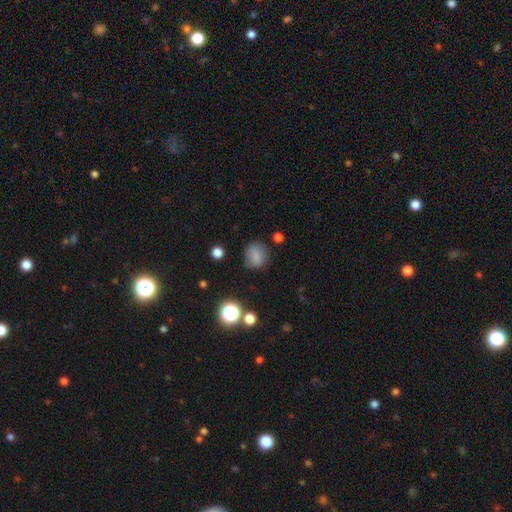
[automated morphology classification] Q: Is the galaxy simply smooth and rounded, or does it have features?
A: smooth — 79%.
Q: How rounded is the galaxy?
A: round — 69%.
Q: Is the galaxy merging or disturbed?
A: none — 78%.